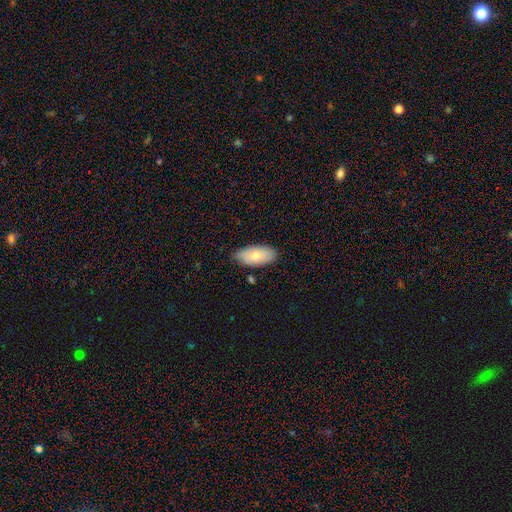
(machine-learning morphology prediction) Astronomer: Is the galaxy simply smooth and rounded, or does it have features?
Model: smooth — 77%.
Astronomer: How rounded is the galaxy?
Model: in between — 93%.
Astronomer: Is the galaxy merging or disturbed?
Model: none — 82%.